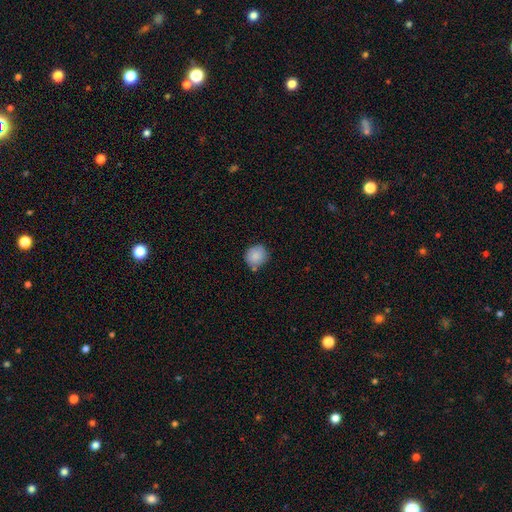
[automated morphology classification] The model was most divided on "merging": none: 74%, minor disturbance: 16%, merger: 7%, major disturbance: 3%. More confident: smooth or featured — smooth (86%); how rounded — round (85%).